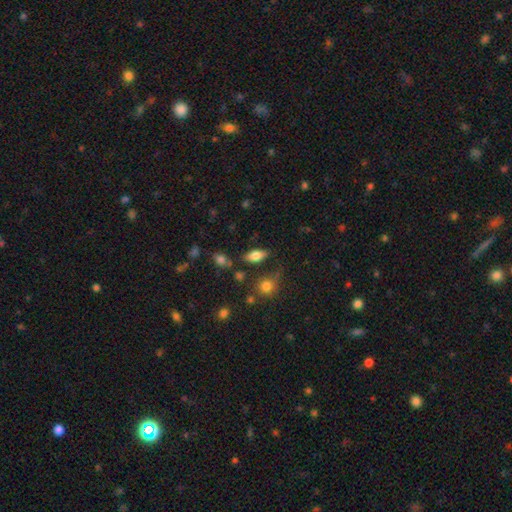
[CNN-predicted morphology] smooth-or-featured: smooth: 75% | featured or disk: 16% | star or artifact: 9%
  how-rounded: in between: 85% | cigar-shaped: 10% | round: 5%
  merging: none: 77% | minor disturbance: 14% | merger: 5% | major disturbance: 5%